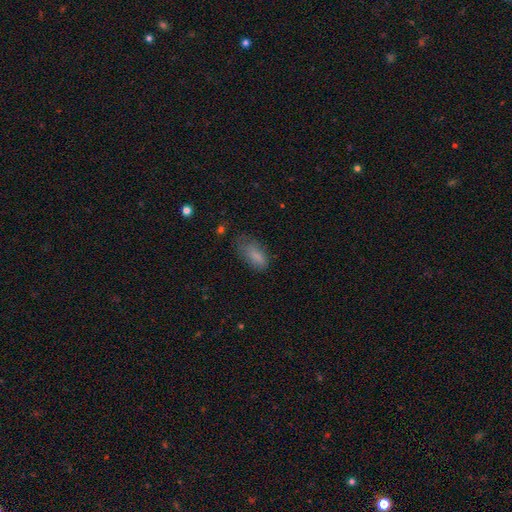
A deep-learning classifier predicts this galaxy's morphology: smooth_or_featured: smooth (p=0.81) [alt: featured or disk p=0.11]
how_rounded: in between (p=0.84) [alt: cigar-shaped p=0.13]
merging: none (p=0.48) [alt: minor disturbance p=0.33]